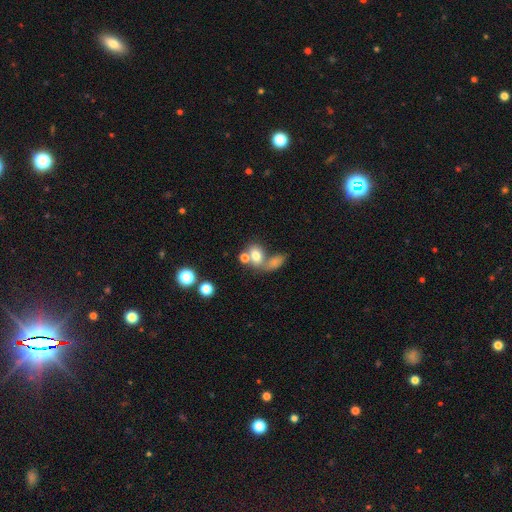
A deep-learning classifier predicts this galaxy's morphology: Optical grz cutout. It shows a smooth galaxy with no disk features (73%) that is in between round and cigar-shaped (66%). Merging: merger (51%).